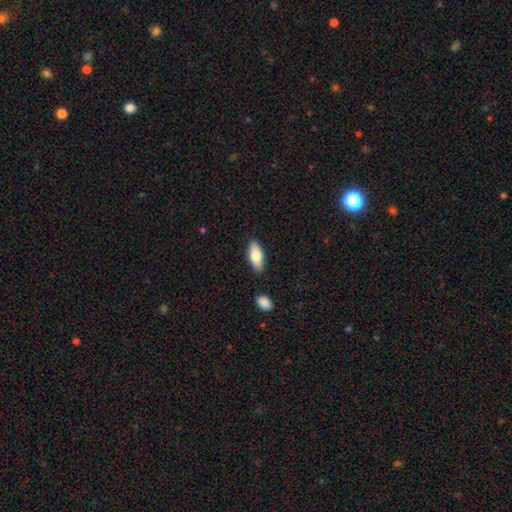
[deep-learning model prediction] A smooth galaxy with no disk features (79%) that is in between round and cigar-shaped (81%).

Vote fractions:
- Smooth or featured? smooth: 79% / featured or disk: 15% / star or artifact: 6%
- How rounded? in between: 81% / cigar-shaped: 17% / round: 2%
- Merging? none: 85% / minor disturbance: 10% / merger: 3% / major disturbance: 2%